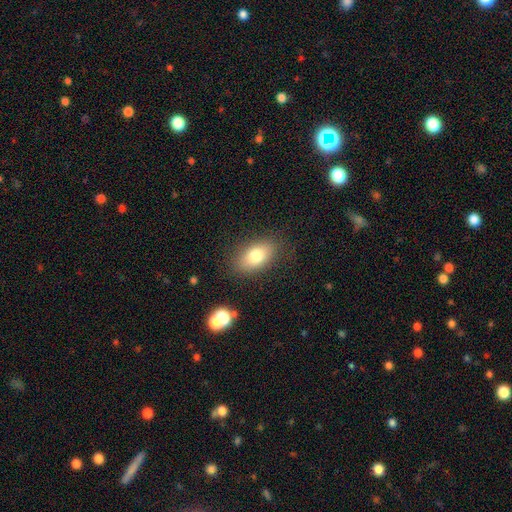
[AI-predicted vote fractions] Q: Smooth or featured?
A: smooth (78%); runner-up: featured or disk (13%)
Q: How rounded?
A: in between (89%); runner-up: round (8%)
Q: Merging?
A: none (83%); runner-up: minor disturbance (12%)